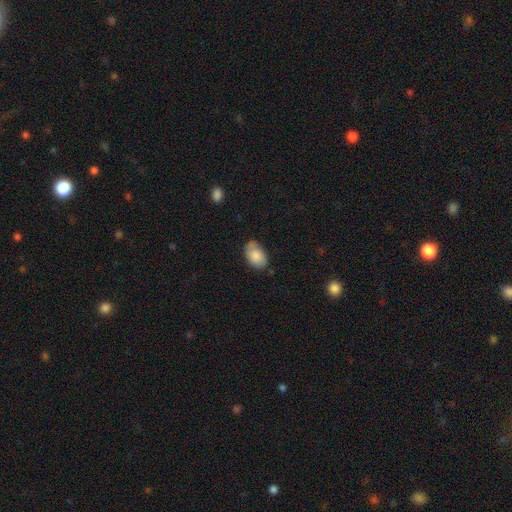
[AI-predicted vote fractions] Smooth or featured?
  - smooth: 81% *
  - featured or disk: 12%
  - star or artifact: 7%
How rounded?
  - in between: 90% *
  - round: 9%
  - cigar-shaped: 1%
Merging?
  - none: 64% *
  - minor disturbance: 28%
  - major disturbance: 6%
  - merger: 3%